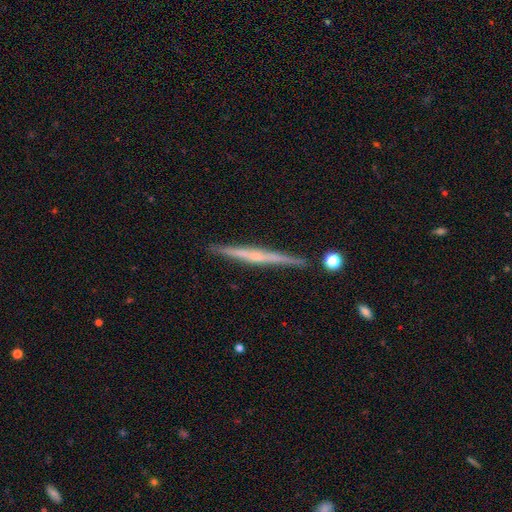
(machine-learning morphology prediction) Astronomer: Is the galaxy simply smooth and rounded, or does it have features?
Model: featured or disk — 70%.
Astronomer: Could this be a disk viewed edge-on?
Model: yes — 98%.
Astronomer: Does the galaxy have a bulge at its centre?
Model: none — 50% (runner-up: rounded, 41%).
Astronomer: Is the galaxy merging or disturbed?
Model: none — 89%.